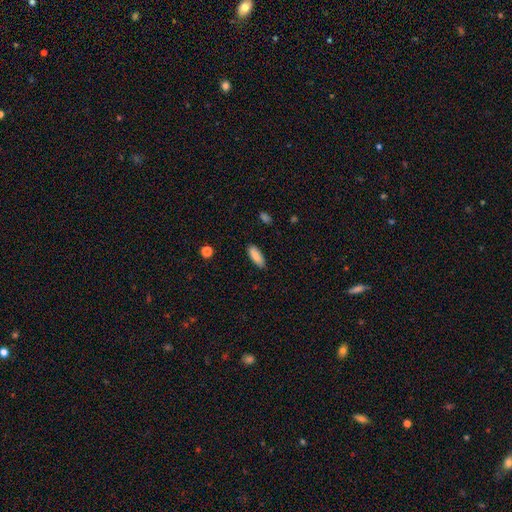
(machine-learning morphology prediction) type=smooth (87%); roundness=in between (66%); merging=none (87%).